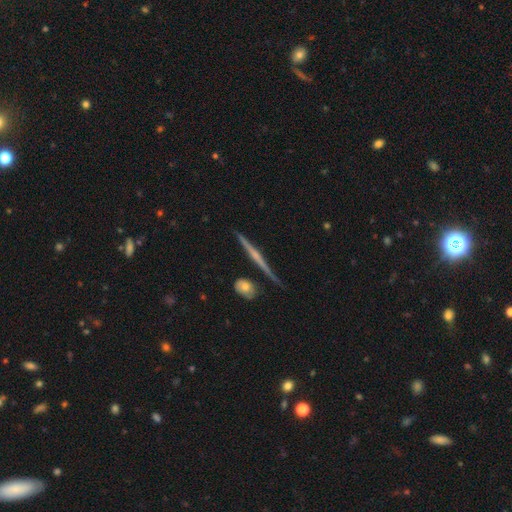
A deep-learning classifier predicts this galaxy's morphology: type=featured or disk (73%); edge-on=yes (97%); edge-on bulge=none (47%); merging=none (86%).